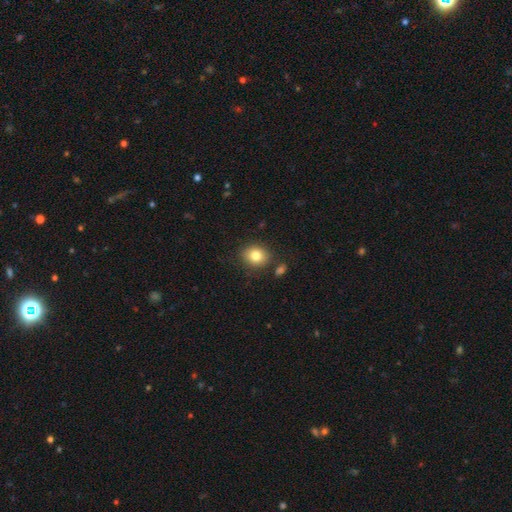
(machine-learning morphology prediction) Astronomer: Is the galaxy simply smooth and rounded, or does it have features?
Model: smooth — 81%.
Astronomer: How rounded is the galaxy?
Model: round — 63%.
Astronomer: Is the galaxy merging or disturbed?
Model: none — 83%.